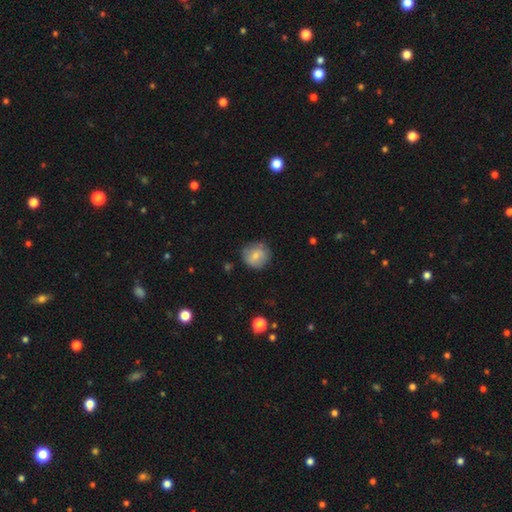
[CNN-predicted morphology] A smooth galaxy with no disk features (73%) that is round (87%). Merging: none (75%).